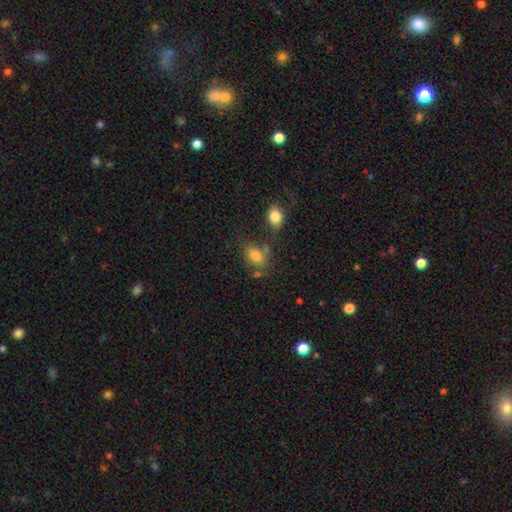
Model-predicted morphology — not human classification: type=smooth (79%); roundness=in between (74%); merging=none (56%).